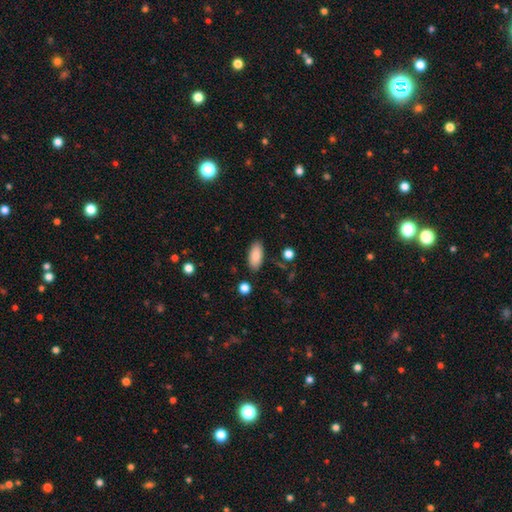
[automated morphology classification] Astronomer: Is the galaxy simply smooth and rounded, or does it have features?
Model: smooth — 86%.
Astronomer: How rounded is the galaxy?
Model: in between — 88%.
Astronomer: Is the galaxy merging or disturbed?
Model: none — 86%.